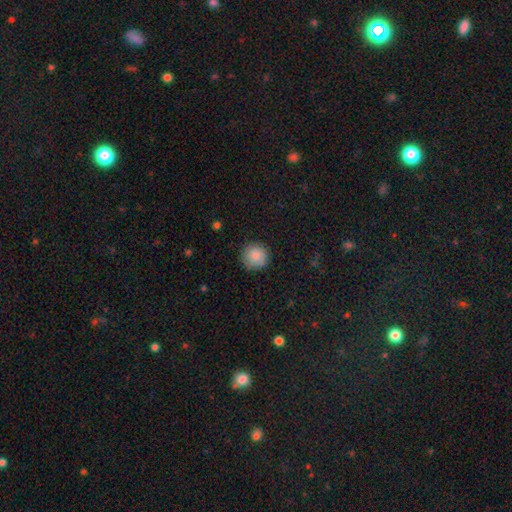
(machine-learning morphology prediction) Smooth or featured? smooth (87%)
How rounded? round (94%)
Merging? none (87%)